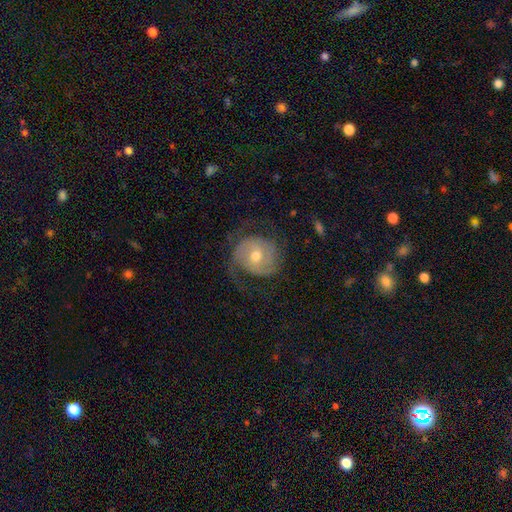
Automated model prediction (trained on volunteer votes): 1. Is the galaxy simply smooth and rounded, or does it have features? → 73% featured or disk, 21% smooth, 7% star or artifact.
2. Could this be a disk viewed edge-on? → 97% no, 3% yes.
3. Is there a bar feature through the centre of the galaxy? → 61% no, 31% weak, 8% strong.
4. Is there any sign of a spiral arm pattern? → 89% yes, 11% no.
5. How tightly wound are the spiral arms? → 40% medium, 34% tight, 26% loose.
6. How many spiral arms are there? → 66% 2, 13% can't tell, 11% 1, 6% 3, 2% 4, 2% more than 4.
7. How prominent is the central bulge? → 66% moderate, 28% small, 4% large, 1% none, 1% dominant.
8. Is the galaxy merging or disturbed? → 60% none, 20% major disturbance, 18% minor disturbance, 1% merger.